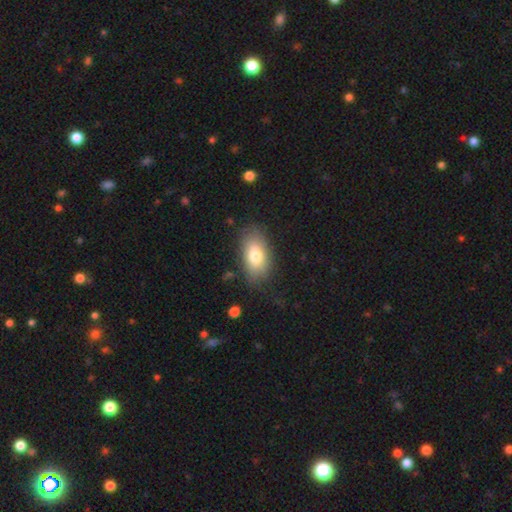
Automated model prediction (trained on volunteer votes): The model was most divided on "smooth or featured": smooth: 77%, featured or disk: 16%, star or artifact: 8%. More confident: how rounded — in between (92%); merging — none (78%).